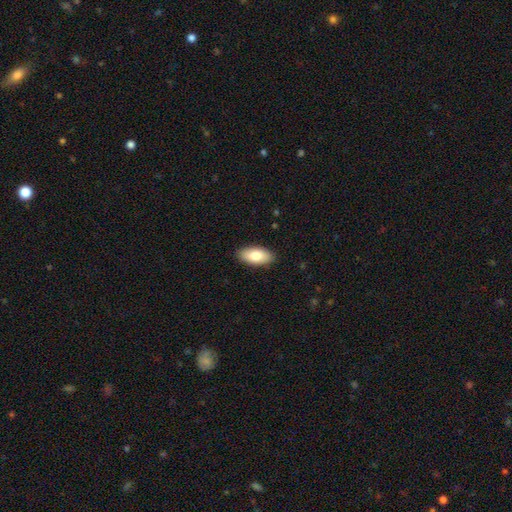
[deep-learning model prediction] This is clearly a smooth galaxy (80%). How rounded: clearly in between (92%). Merging: clearly none (89%).